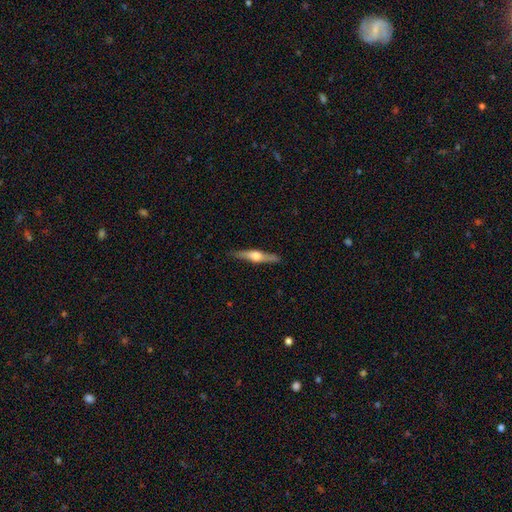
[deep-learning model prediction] This appears to be a featured or disk galaxy (67%) viewed edge-on (97%) with a rounded central bulge (92%). Merging: none (88%).